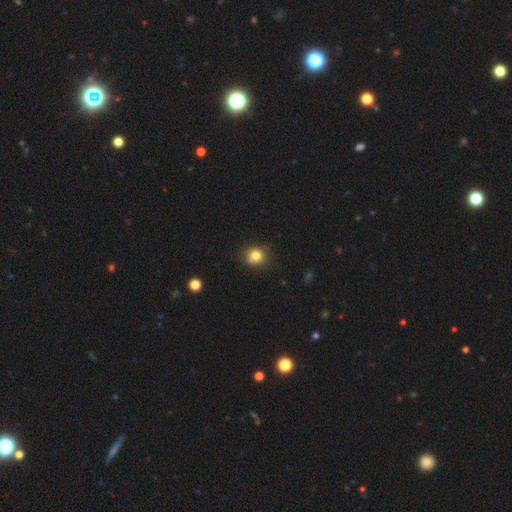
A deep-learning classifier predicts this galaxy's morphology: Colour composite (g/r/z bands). It shows a smooth galaxy with no disk features (80%) that is round (82%). Merging: none (73%).